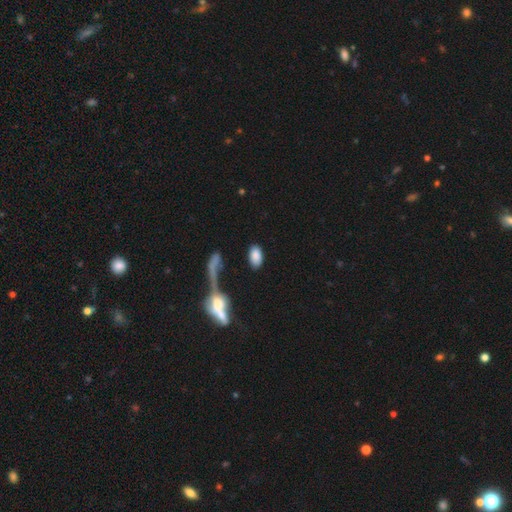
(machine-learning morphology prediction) The model was most divided on "merging": none: 73%, minor disturbance: 12%, merger: 8%, major disturbance: 7%. More confident: how rounded — in between (93%); smooth or featured — smooth (85%).